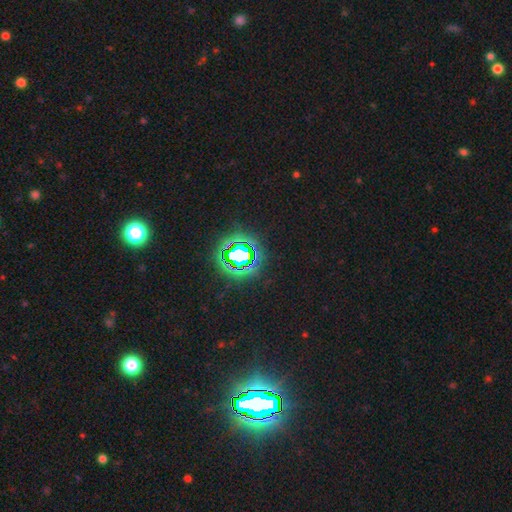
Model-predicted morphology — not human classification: The model was most divided on "smooth or featured": star or artifact: 83%, smooth: 11%, featured or disk: 6%.